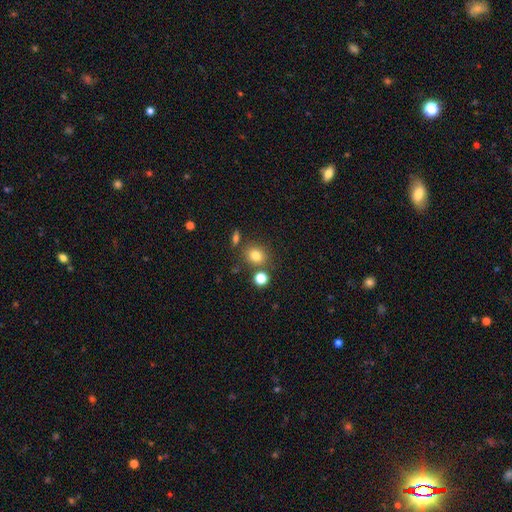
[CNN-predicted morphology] Overall: smooth (79%). How rounded: round (72%). Merging: none (74%).